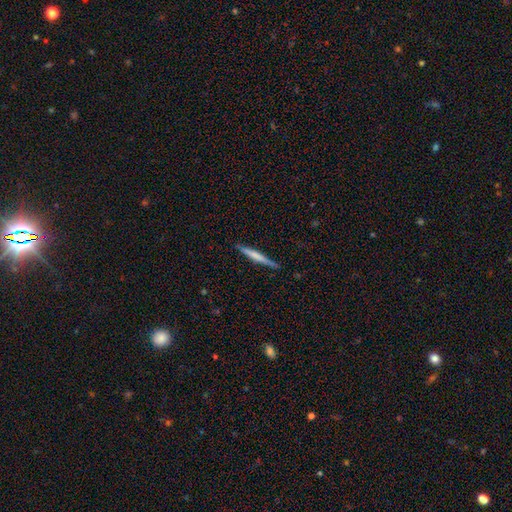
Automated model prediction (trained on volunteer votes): Smooth or featured? smooth (52%)
How rounded? cigar-shaped (96%)
Merging? none (88%)